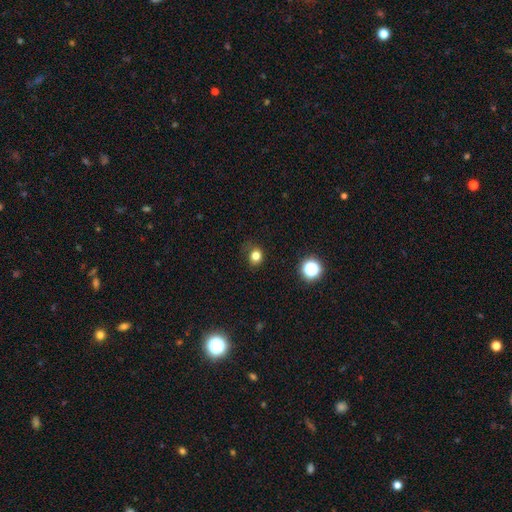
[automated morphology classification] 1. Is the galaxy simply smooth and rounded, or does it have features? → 79% smooth, 15% star or artifact, 6% featured or disk.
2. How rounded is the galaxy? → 72% round, 27% in between, 1% cigar-shaped.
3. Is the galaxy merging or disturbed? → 71% none, 20% minor disturbance, 7% major disturbance, 2% merger.